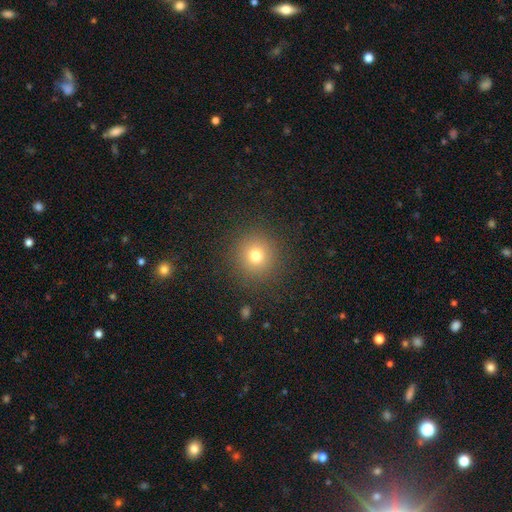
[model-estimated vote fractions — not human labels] smooth-or-featured: smooth: 75% | star or artifact: 16% | featured or disk: 9%
  how-rounded: round: 94% | in between: 5% | cigar-shaped: 1%
  merging: none: 89% | minor disturbance: 6% | major disturbance: 3% | merger: 1%